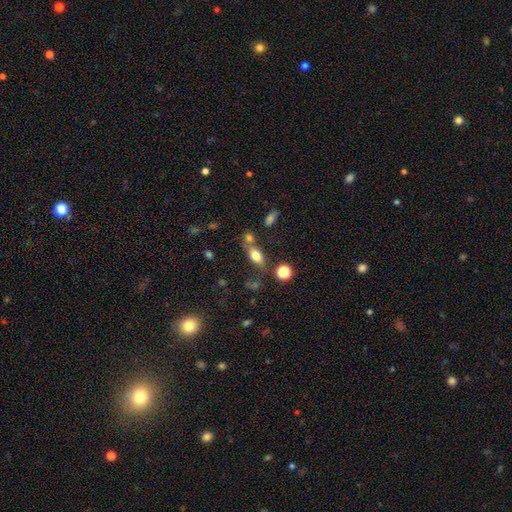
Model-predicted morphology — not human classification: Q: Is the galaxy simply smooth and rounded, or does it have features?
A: smooth — 75%.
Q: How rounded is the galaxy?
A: in between — 78%.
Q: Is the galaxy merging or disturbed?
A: none — 60%.